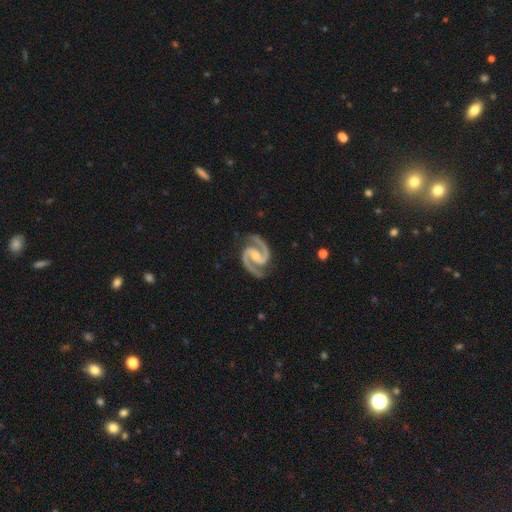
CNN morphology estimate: The model was most divided on "bar": weak: 39%, strong: 30%, no: 30%. More confident: spiral arms — yes (99%); edge-on disk — no (98%); smooth or featured — featured or disk (95%); spiral arm count — 2 (95%); merging — none (84%); spiral winding — medium (63%); bulge size — small (51%).